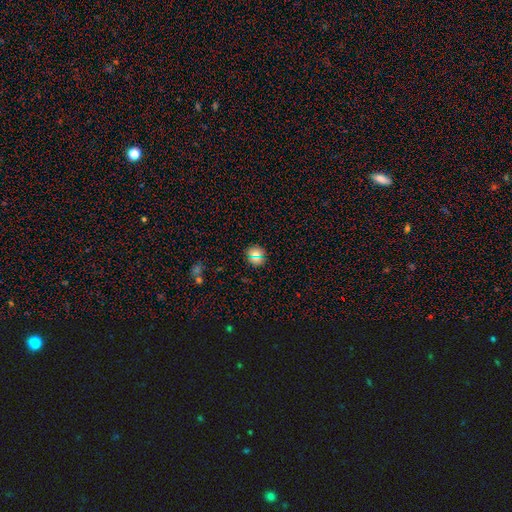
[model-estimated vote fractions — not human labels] This appears to be a smooth galaxy with no disk features (67%) that is round (89%). Merging: none (88%).